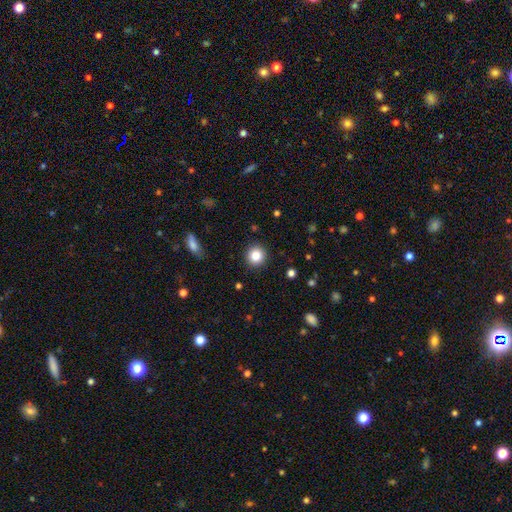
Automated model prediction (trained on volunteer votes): smooth-or-featured: smooth: 84% | star or artifact: 10% | featured or disk: 6%
  how-rounded: round: 92% | in between: 7% | cigar-shaped: 1%
  merging: none: 91% | minor disturbance: 6% | major disturbance: 2% | merger: 1%